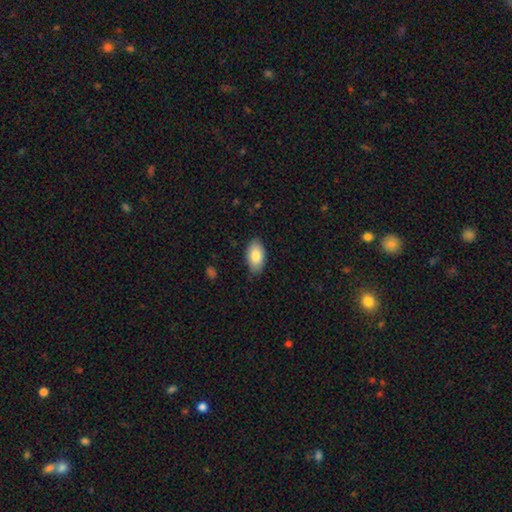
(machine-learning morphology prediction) Q: Smooth or featured?
A: smooth (83%); runner-up: featured or disk (11%)
Q: How rounded?
A: in between (94%); runner-up: round (4%)
Q: Merging?
A: none (84%); runner-up: minor disturbance (13%)